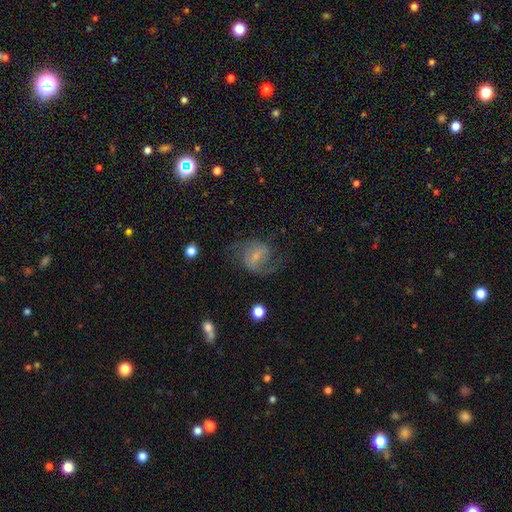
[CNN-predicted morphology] This is likely a featured or disk galaxy (75%). It is clearly not viewed edge-on (97%). Bar: possibly weak (49%). Spiral arm pattern: clearly yes (92%). Spiral arm count: clearly 2 (86%). Spiral winding: possibly medium (48%). Central bulge: likely small (62%). Merging: likely none (64%).